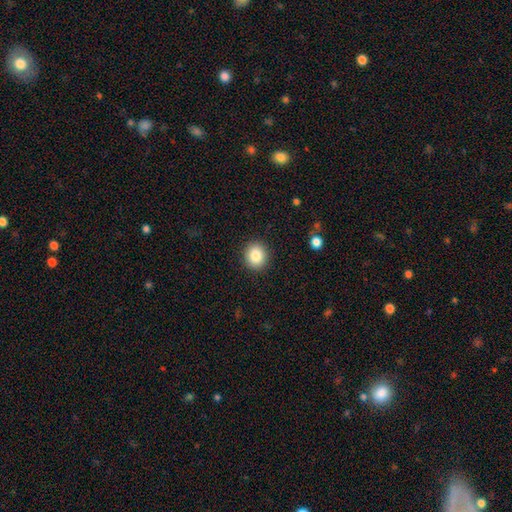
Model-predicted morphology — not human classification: Smooth or featured?
  - smooth: 85% *
  - star or artifact: 9%
  - featured or disk: 6%
How rounded?
  - round: 80% *
  - in between: 19%
  - cigar-shaped: 1%
Merging?
  - none: 91% *
  - minor disturbance: 6%
  - major disturbance: 2%
  - merger: 1%